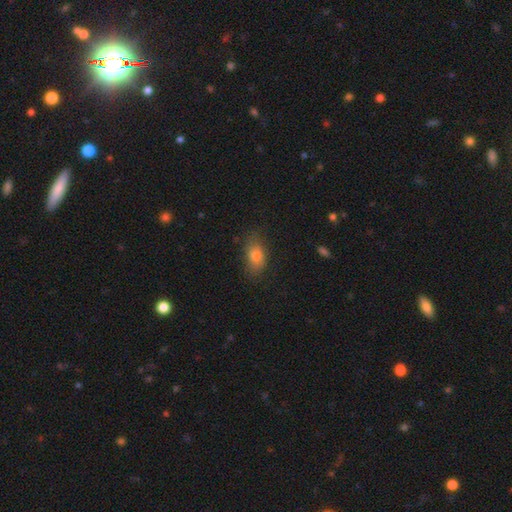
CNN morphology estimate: The model was most divided on "merging": none: 76%, minor disturbance: 18%, major disturbance: 5%, merger: 1%. More confident: how rounded — in between (81%); smooth or featured — smooth (76%).